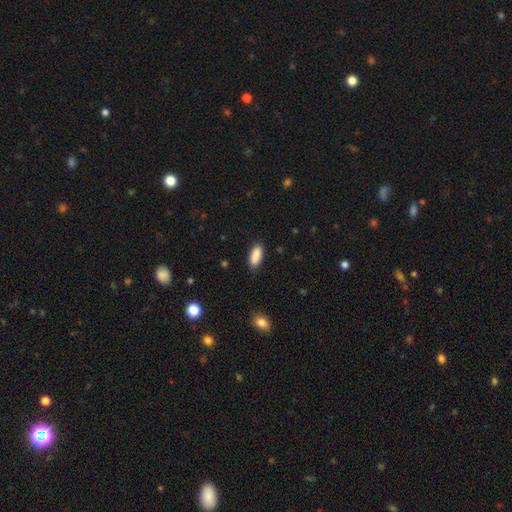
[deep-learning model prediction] A smooth galaxy with no disk features (89%) that is in between round and cigar-shaped (75%). Merging: none (85%).